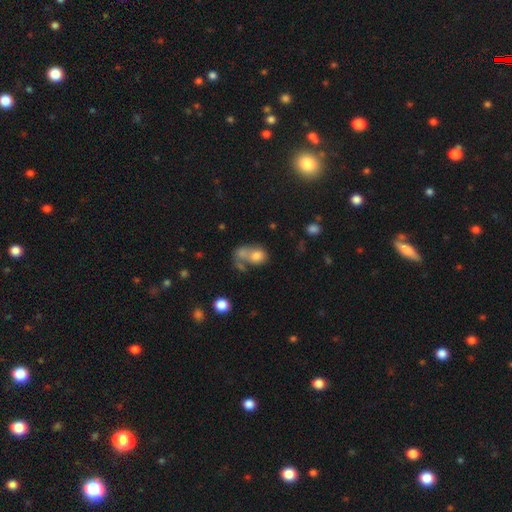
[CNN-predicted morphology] smooth-or-featured: smooth: 73% | featured or disk: 16% | star or artifact: 11%
  how-rounded: in between: 55% | round: 43% | cigar-shaped: 1%
  merging: merger: 56% | none: 24% | major disturbance: 11% | minor disturbance: 10%